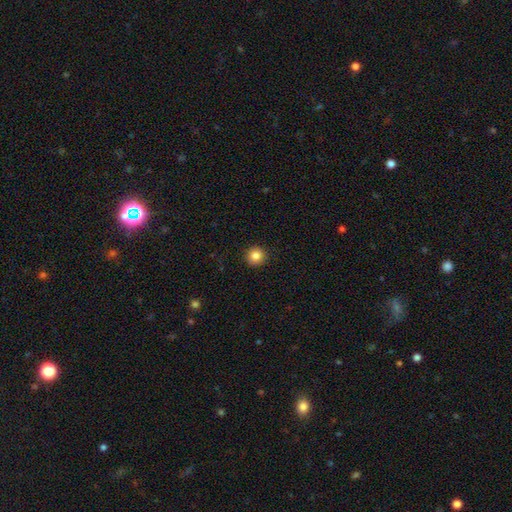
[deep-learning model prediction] Smooth or featured: smooth — 84% (star or artifact — 10%)
How rounded: round — 94% (in between — 5%)
Merging: none — 92% (minor disturbance — 5%)